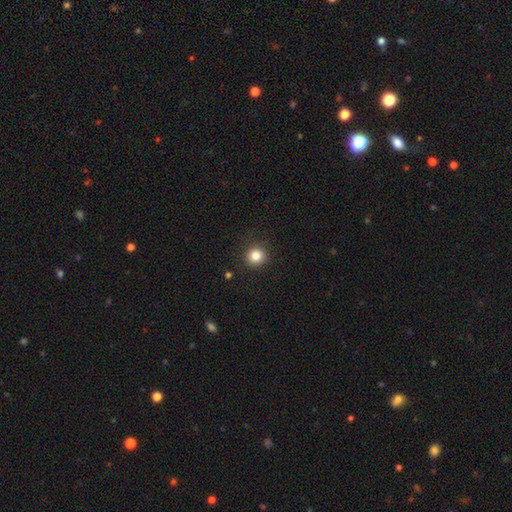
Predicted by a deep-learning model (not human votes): Smooth or featured?
  - smooth: 84% *
  - star or artifact: 11%
  - featured or disk: 5%
How rounded?
  - round: 92% *
  - in between: 7%
  - cigar-shaped: 1%
Merging?
  - none: 90% *
  - minor disturbance: 6%
  - major disturbance: 2%
  - merger: 1%